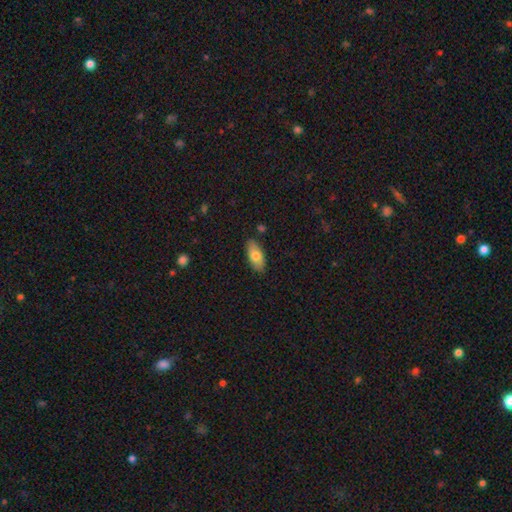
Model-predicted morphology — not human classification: This appears to be a smooth galaxy with no disk features (74%) that is in between round and cigar-shaped (88%). Merging: none (85%).